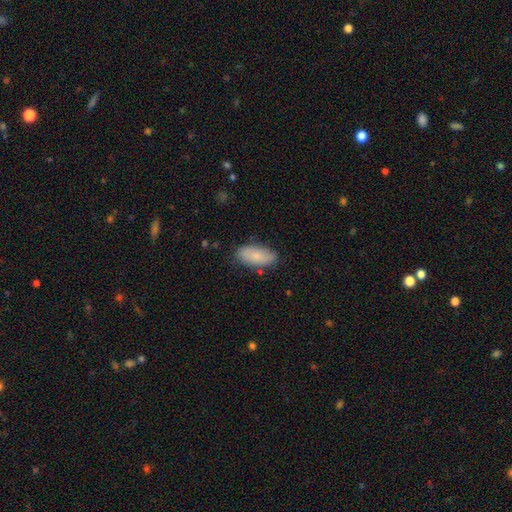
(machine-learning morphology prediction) smooth 81%, featured or disk 13%, star or artifact 6%. Down the decision tree: how rounded — in between (89%); merging — none (80%).